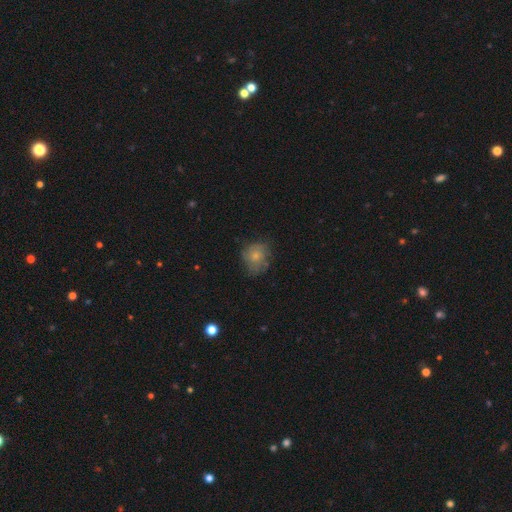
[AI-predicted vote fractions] Smooth or featured? smooth (69%)
How rounded? round (73%)
Merging? none (61%)